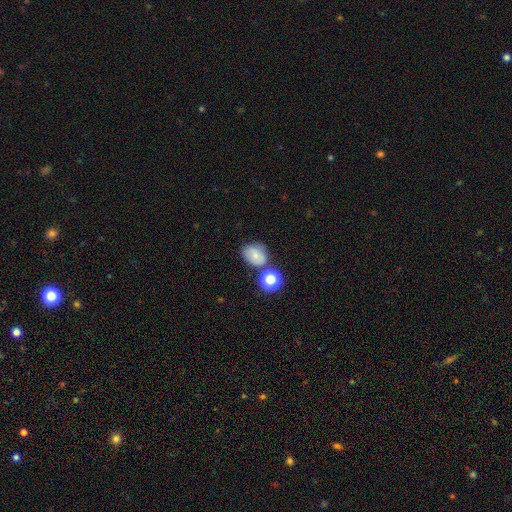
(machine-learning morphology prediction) smooth 69%, featured or disk 17%, star or artifact 14%. Down the decision tree: how rounded — round (51%); merging — none (60%).